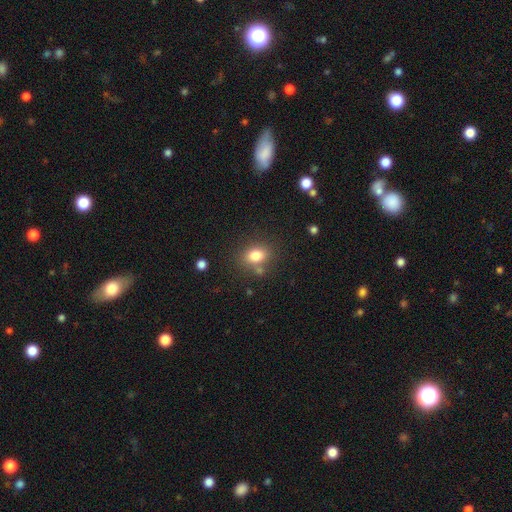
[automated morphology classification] smooth-or-featured: smooth: 80% | star or artifact: 11% | featured or disk: 9%
  how-rounded: in between: 60% | round: 39% | cigar-shaped: 1%
  merging: none: 72% | minor disturbance: 13% | merger: 11% | major disturbance: 4%